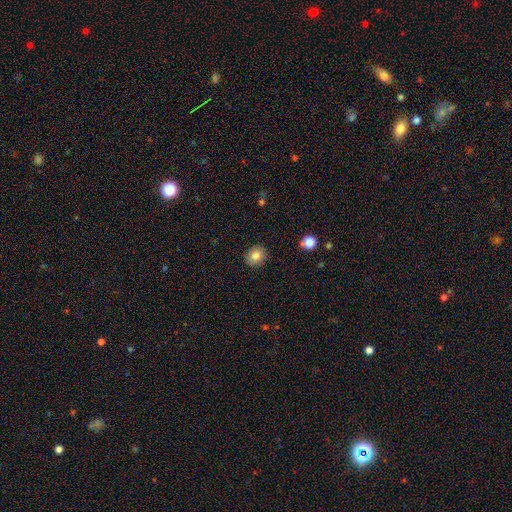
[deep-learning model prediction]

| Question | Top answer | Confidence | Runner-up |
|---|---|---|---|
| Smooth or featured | smooth | 82% | star or artifact (9%) |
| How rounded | round | 72% | in between (27%) |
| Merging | none | 89% | minor disturbance (8%) |